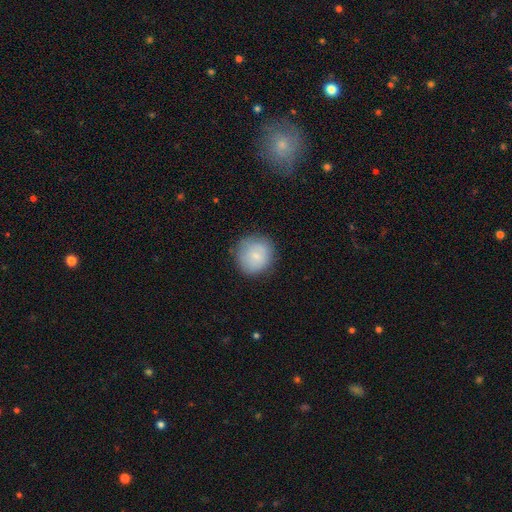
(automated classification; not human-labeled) Smooth or featured? smooth (76%)
How rounded? round (92%)
Merging? none (79%)